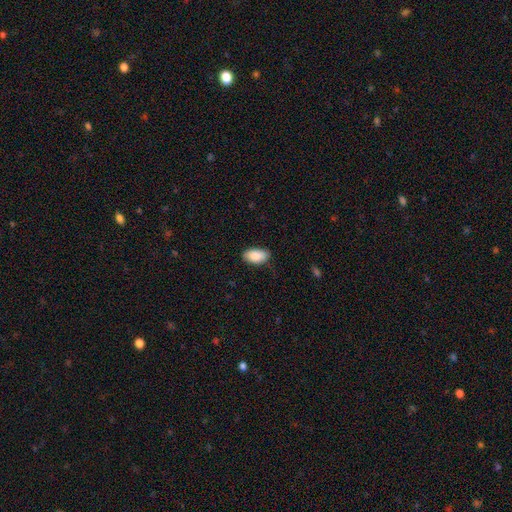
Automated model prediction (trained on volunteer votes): smooth 89%, star or artifact 6%, featured or disk 5%. Down the decision tree: how rounded — in between (94%); merging — none (81%).